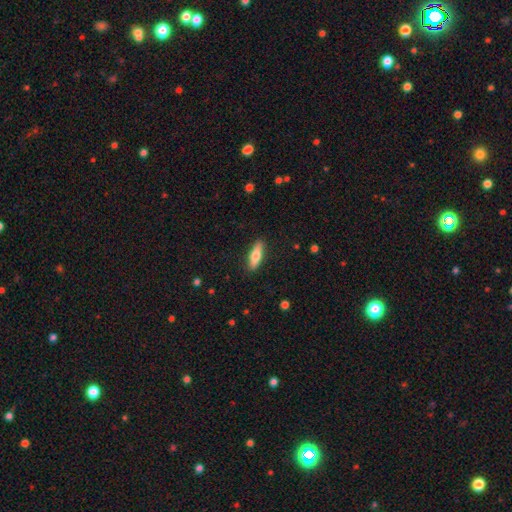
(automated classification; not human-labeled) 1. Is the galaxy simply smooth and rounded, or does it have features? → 70% smooth, 24% featured or disk, 6% star or artifact.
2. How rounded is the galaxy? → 58% cigar-shaped, 40% in between, 2% round.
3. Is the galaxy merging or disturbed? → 88% none, 9% minor disturbance, 2% major disturbance, 1% merger.